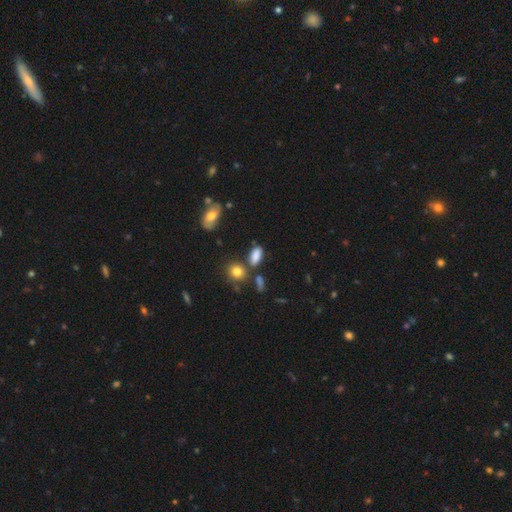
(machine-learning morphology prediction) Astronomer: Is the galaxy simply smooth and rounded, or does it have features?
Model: smooth — 82%.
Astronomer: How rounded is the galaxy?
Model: in between — 86%.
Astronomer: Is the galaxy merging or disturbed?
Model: none — 66%.